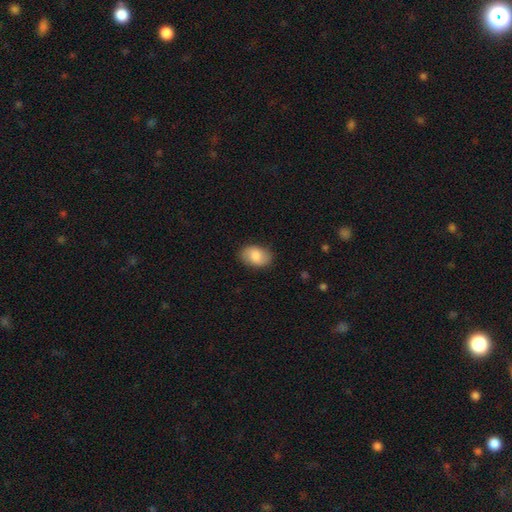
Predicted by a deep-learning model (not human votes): smooth_or_featured: smooth (p=0.75) [alt: featured or disk p=0.18]
how_rounded: in between (p=0.85) [alt: round p=0.14]
merging: none (p=0.84) [alt: minor disturbance p=0.12]